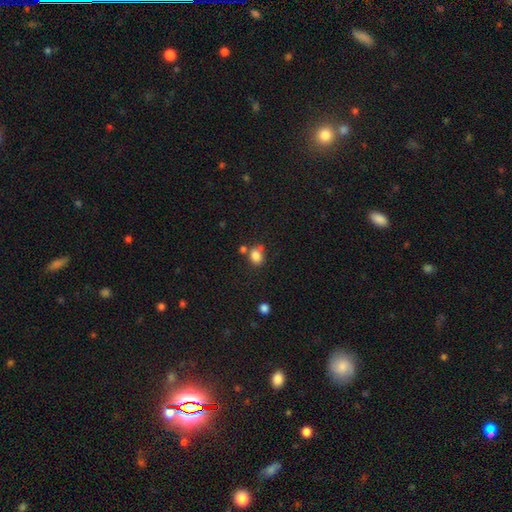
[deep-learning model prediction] Morphology: type=smooth (82%); roundness=in between (52%); merging=none (56%).